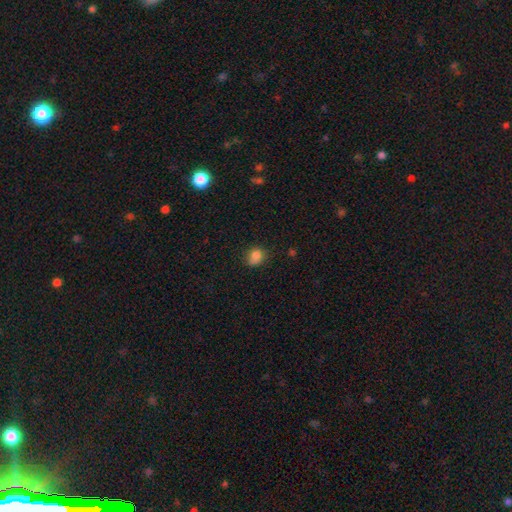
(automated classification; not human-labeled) Smooth or featured? smooth (83%)
How rounded? round (59%)
Merging? none (65%)